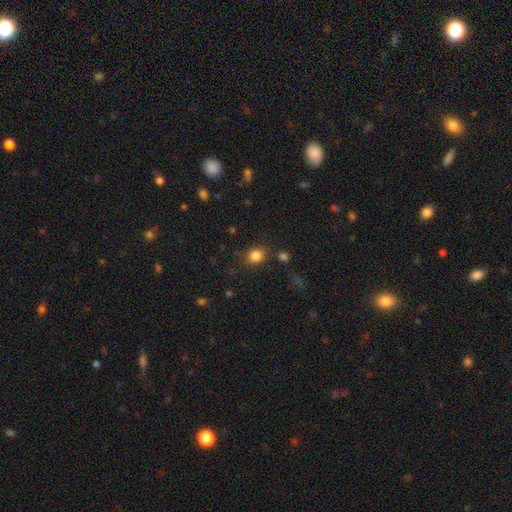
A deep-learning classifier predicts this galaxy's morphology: smooth 83%, star or artifact 11%, featured or disk 6%. Down the decision tree: how rounded — round (59%); merging — none (74%).